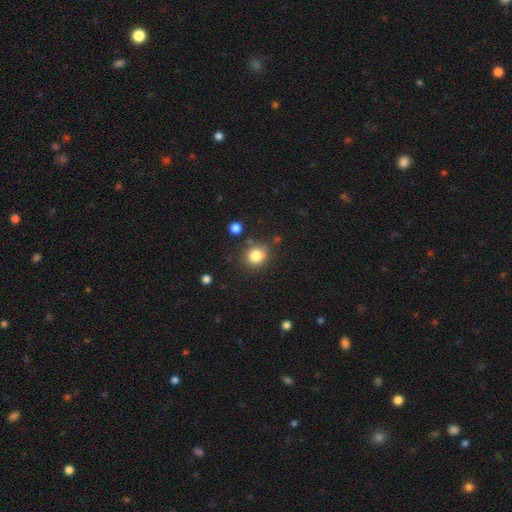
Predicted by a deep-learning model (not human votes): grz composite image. It shows a smooth galaxy with no disk features (82%) that is round (78%). Merging: none (78%).